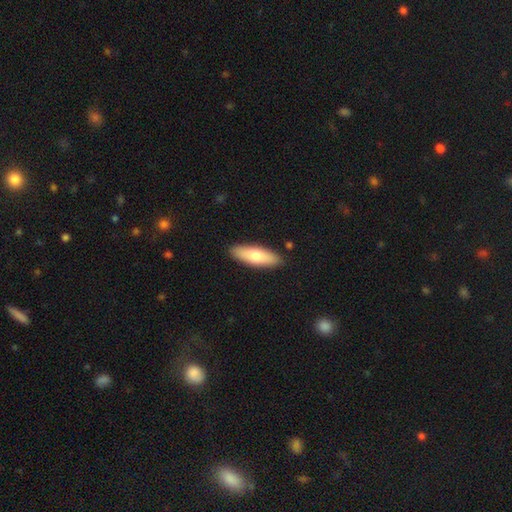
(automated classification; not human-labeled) smooth 70%, featured or disk 24%, star or artifact 6%. Down the decision tree: how rounded — in between (56%); merging — none (88%).